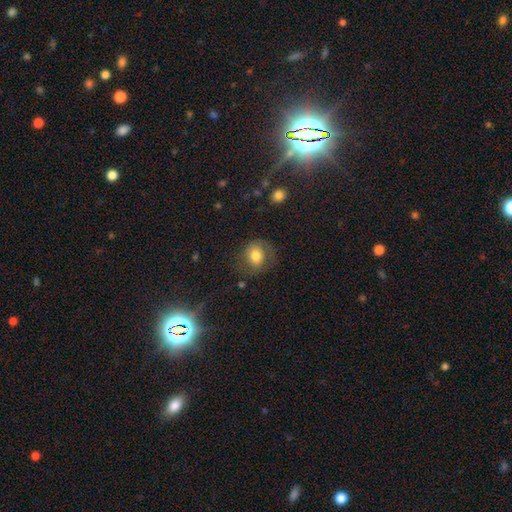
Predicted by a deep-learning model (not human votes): smooth-or-featured: smooth: 68% | featured or disk: 23% | star or artifact: 9%
  how-rounded: round: 64% | in between: 35% | cigar-shaped: 1%
  merging: none: 62% | minor disturbance: 21% | major disturbance: 15% | merger: 2%